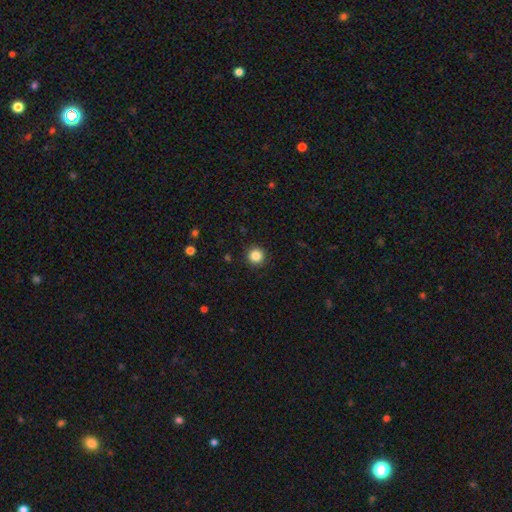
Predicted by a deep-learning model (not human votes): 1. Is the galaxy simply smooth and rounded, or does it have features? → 85% smooth, 11% star or artifact, 4% featured or disk.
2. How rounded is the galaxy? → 96% round, 4% in between, 1% cigar-shaped.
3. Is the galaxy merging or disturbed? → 92% none, 5% minor disturbance, 2% major disturbance, 1% merger.